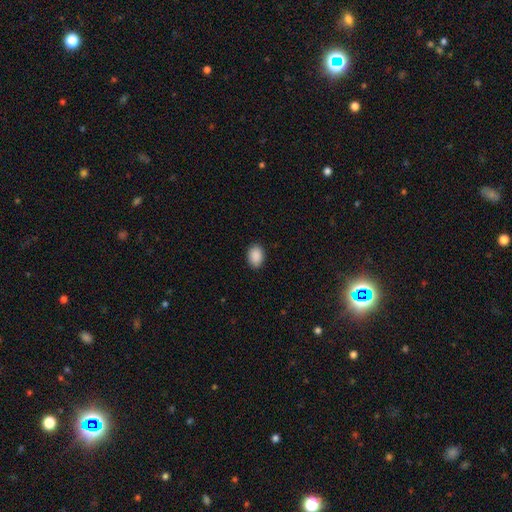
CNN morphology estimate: Q: Smooth or featured?
A: smooth (90%); runner-up: star or artifact (7%)
Q: How rounded?
A: in between (80%); runner-up: round (19%)
Q: Merging?
A: none (88%); runner-up: minor disturbance (9%)